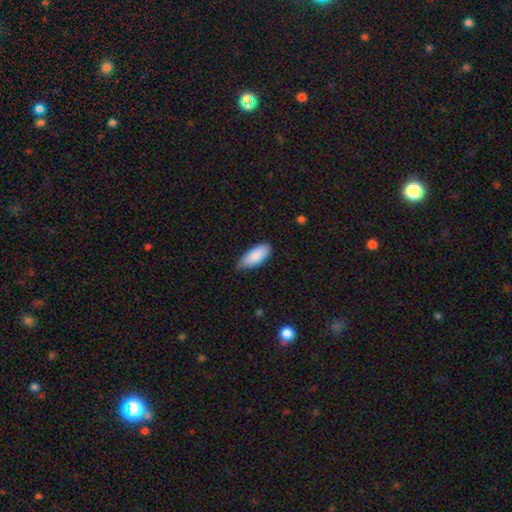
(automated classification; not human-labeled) This appears to be a smooth galaxy with no disk features (87%) that is in between round and cigar-shaped (85%). Merging: none (66%).